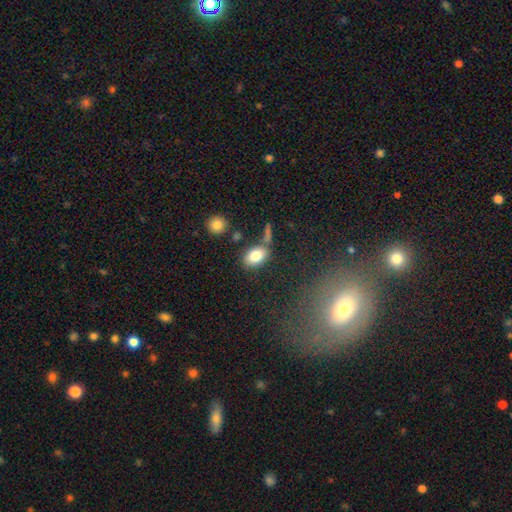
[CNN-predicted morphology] A smooth galaxy with no disk features (81%) that is in between round and cigar-shaped (86%). Merging: none (68%).